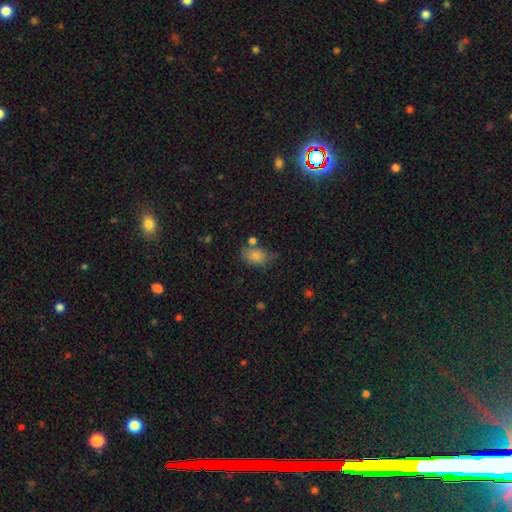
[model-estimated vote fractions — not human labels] Overall: smooth (81%). How rounded: in between (79%). Merging: none (54%; minor disturbance 24%).